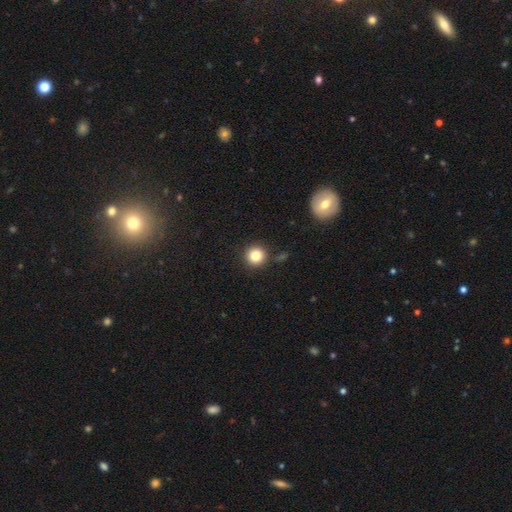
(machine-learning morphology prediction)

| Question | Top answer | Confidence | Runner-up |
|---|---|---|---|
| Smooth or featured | smooth | 84% | star or artifact (11%) |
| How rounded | round | 94% | in between (5%) |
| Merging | none | 87% | minor disturbance (7%) |